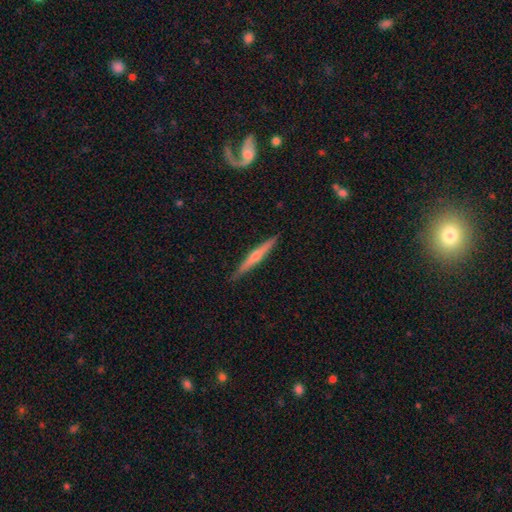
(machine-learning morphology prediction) The model was most divided on "smooth or featured": featured or disk: 65%, smooth: 30%, star or artifact: 6%. More confident: edge-on disk — yes (97%); merging — none (89%); edge-on bulge — rounded (80%).